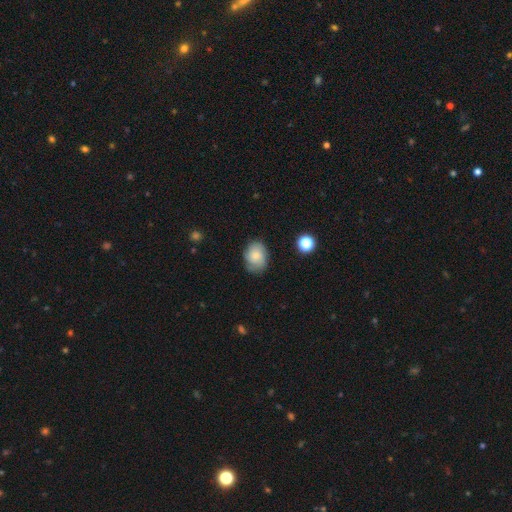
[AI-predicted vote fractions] This is possibly a smooth galaxy (54%). How rounded: possibly in between (56%). Merging: likely none (70%).